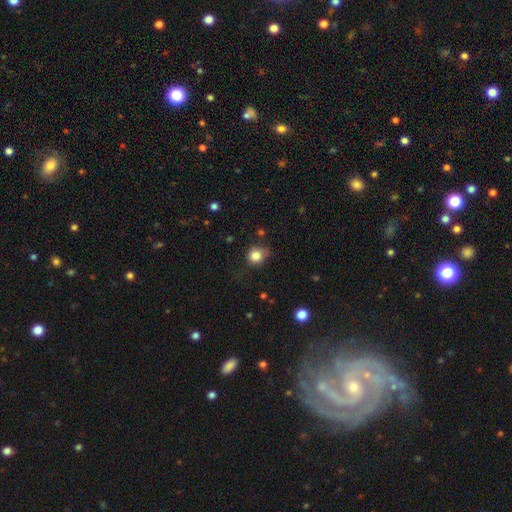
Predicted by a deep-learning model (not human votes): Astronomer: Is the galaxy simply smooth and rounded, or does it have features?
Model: smooth — 83%.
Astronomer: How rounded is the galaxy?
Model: round — 76%.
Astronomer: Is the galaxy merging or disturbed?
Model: none — 65%.